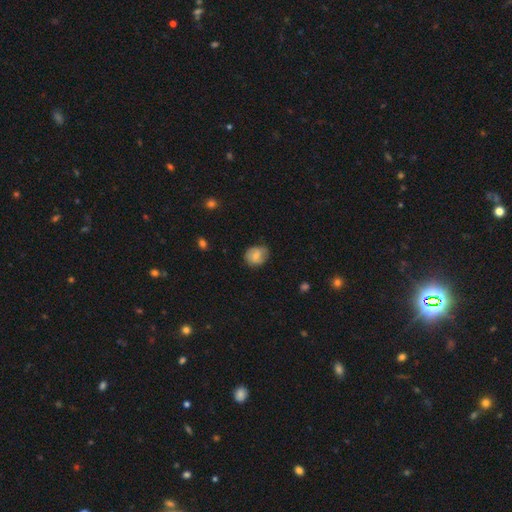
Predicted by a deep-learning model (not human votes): Smooth or featured?
  - smooth: 71% *
  - featured or disk: 21%
  - star or artifact: 8%
How rounded?
  - round: 64% *
  - in between: 35%
  - cigar-shaped: 1%
Merging?
  - none: 72% *
  - minor disturbance: 22%
  - major disturbance: 5%
  - merger: 1%